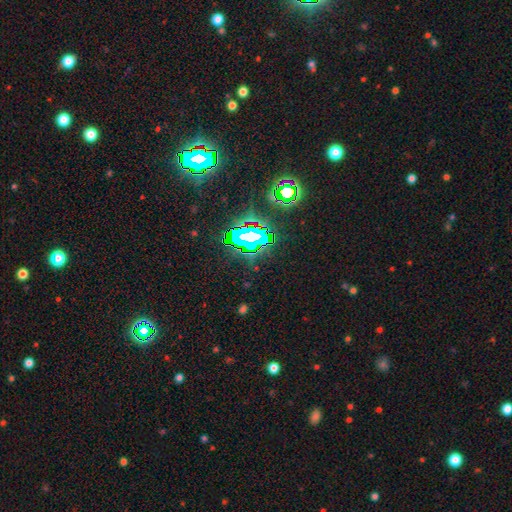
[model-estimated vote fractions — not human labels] This appears to be a star or artifact, not a galaxy (80%).